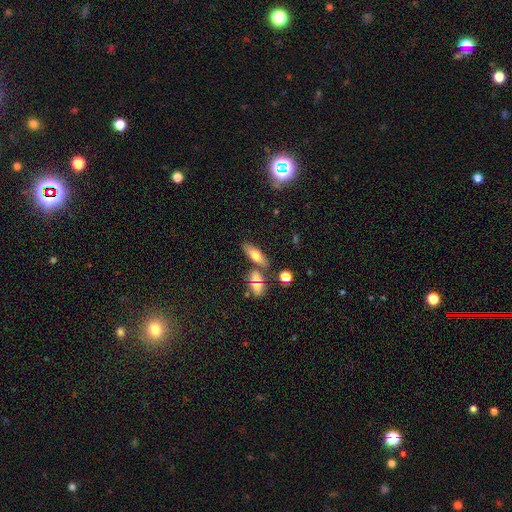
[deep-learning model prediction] A smooth galaxy with no disk features (65%) that is in between round and cigar-shaped (61%). Merging: none (70%).